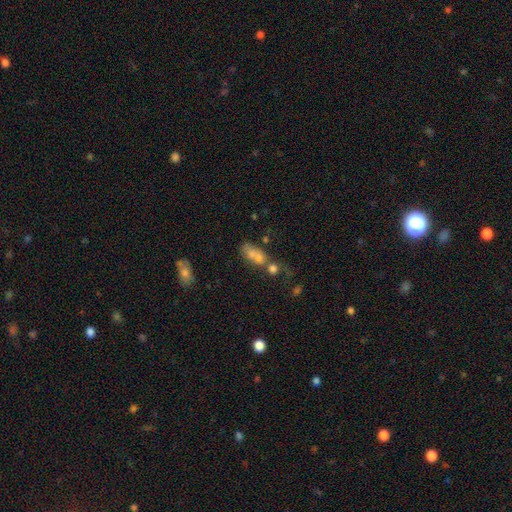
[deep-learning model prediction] Smooth or featured? Predicted: smooth (p=0.63). How rounded? Predicted: in between (p=0.69). Merging? Predicted: merger (p=0.59).